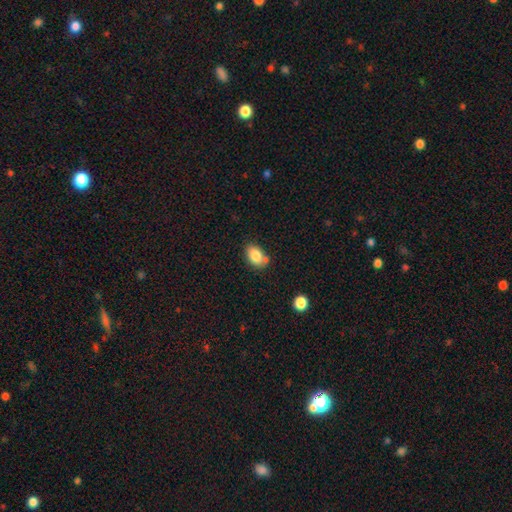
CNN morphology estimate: smooth 83%, star or artifact 9%, featured or disk 8%. Down the decision tree: how rounded — in between (82%); merging — none (66%).